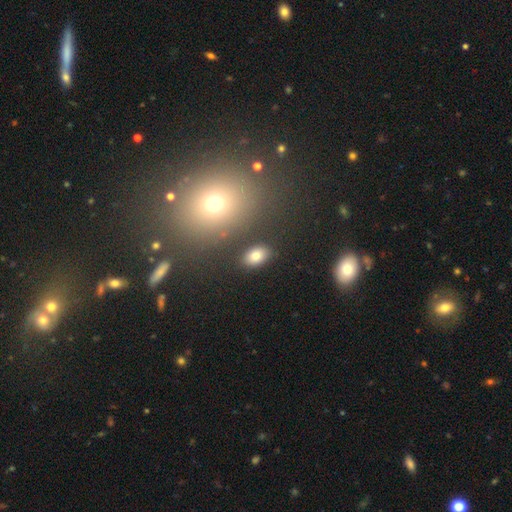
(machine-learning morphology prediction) Smooth or featured? Predicted: smooth (p=0.80). How rounded? Predicted: in between (p=0.86). Merging? Predicted: none (p=0.86).